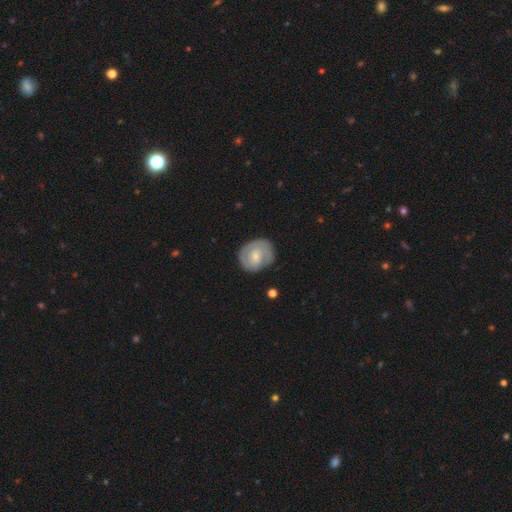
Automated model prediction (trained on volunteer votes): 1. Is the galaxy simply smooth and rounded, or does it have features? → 59% featured or disk, 35% smooth, 6% star or artifact.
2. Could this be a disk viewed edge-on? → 97% no, 3% yes.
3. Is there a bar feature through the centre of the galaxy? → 65% no, 30% weak, 5% strong.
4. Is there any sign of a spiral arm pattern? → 78% yes, 22% no.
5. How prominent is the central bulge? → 55% small, 35% moderate, 5% none, 4% large, 1% dominant.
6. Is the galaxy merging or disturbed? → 73% none, 19% minor disturbance, 6% major disturbance, 2% merger.